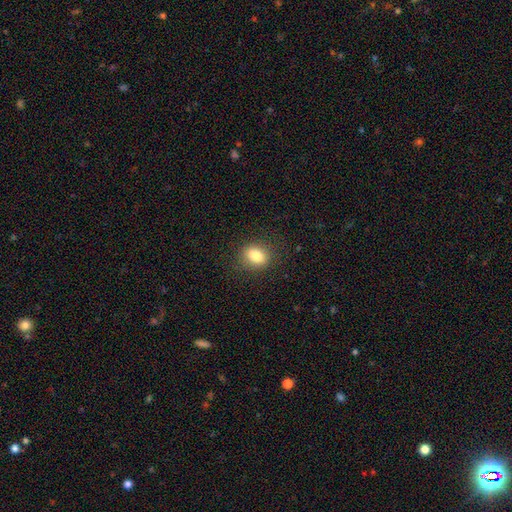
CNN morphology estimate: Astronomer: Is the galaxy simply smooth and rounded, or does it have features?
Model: smooth — 83%.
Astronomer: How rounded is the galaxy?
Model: in between — 53% (runner-up: round, 46%).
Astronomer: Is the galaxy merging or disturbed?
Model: none — 86%.